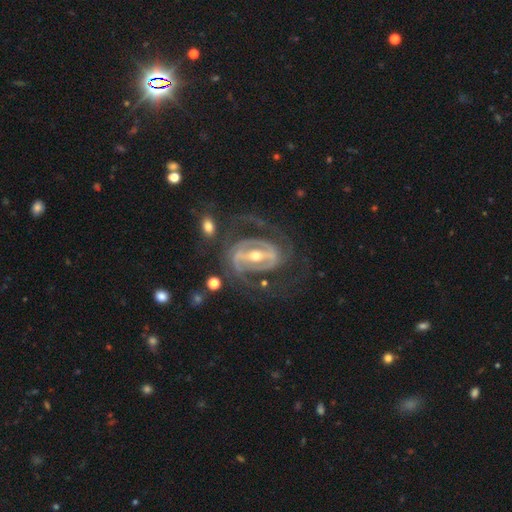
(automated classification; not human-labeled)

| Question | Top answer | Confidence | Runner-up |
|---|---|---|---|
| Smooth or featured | featured or disk | 90% | star or artifact (5%) |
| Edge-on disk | no | 95% | yes (5%) |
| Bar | strong | 69% | weak (23%) |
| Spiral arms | yes | 91% | no (9%) |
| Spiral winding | medium | 45% | tight (37%) |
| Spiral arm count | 2 | 73% | can't tell (10%) |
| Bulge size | moderate | 56% | small (39%) |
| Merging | none | 62% | major disturbance (20%) |